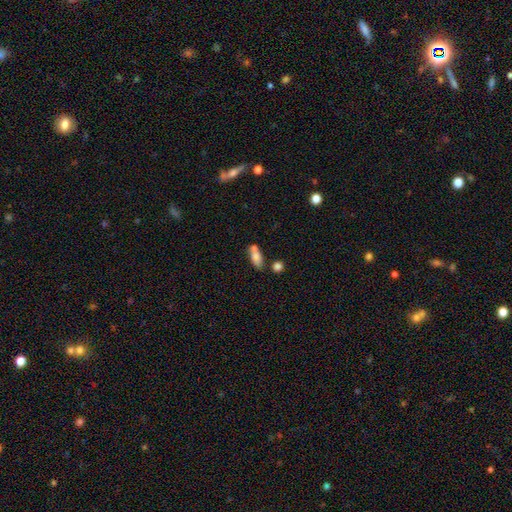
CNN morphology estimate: type=smooth (78%); roundness=in between (80%); merging=none (47%).